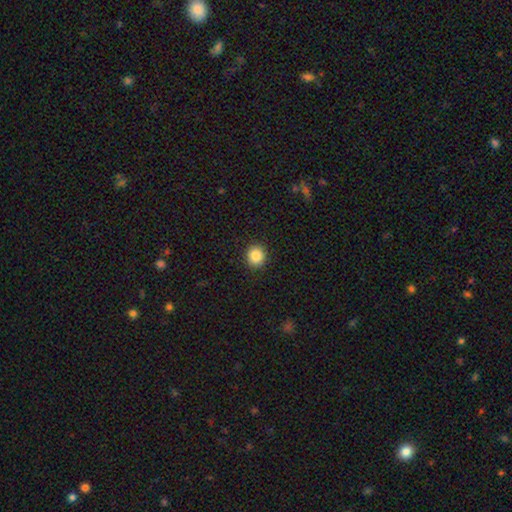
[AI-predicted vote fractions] Q: Smooth or featured?
A: smooth (87%); runner-up: star or artifact (9%)
Q: How rounded?
A: round (88%); runner-up: in between (11%)
Q: Merging?
A: none (91%); runner-up: minor disturbance (6%)